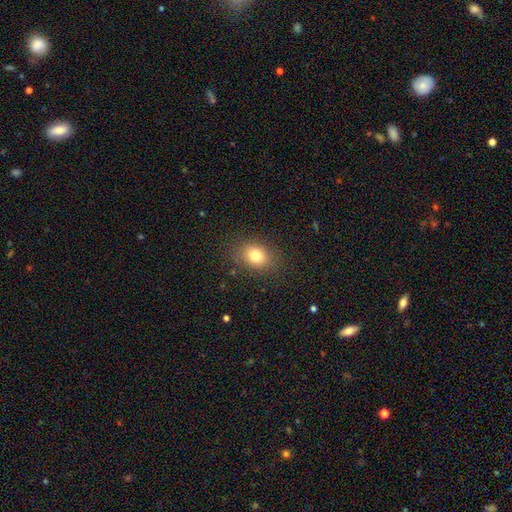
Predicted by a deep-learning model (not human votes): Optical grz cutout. It shows a smooth galaxy with no disk features (79%) that is in between round and cigar-shaped (56%). Merging: none (84%).